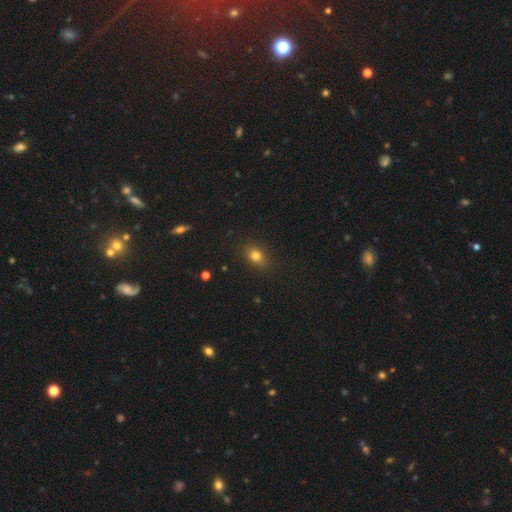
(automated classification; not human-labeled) smooth 80%, star or artifact 13%, featured or disk 8%. Down the decision tree: how rounded — in between (59%); merging — none (84%).